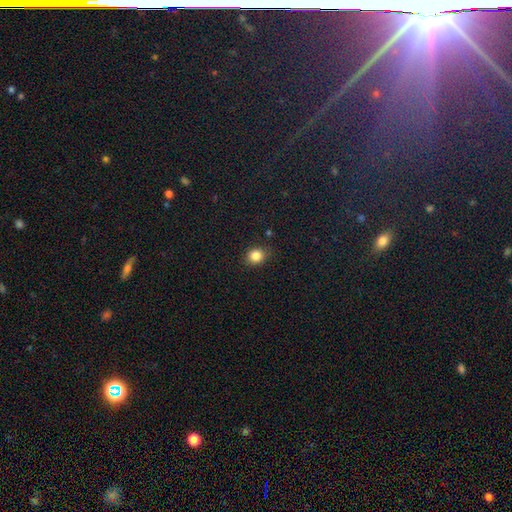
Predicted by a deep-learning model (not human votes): Smooth or featured?
  - smooth: 84% *
  - star or artifact: 11%
  - featured or disk: 5%
How rounded?
  - round: 75% *
  - in between: 24%
  - cigar-shaped: 1%
Merging?
  - none: 84% *
  - minor disturbance: 11%
  - major disturbance: 3%
  - merger: 1%